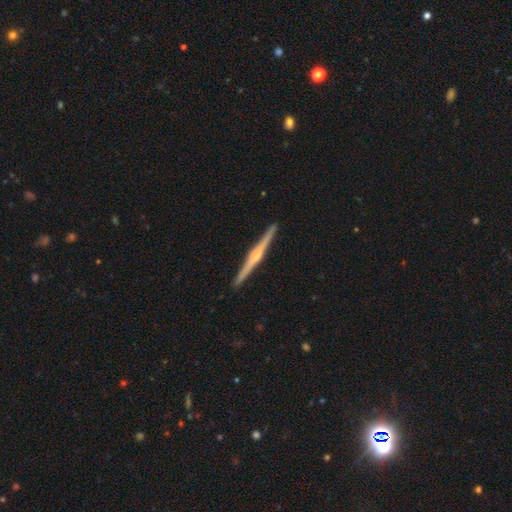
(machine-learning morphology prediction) This is clearly a featured or disk galaxy (82%). It is clearly viewed edge-on (99%). Edge-on bulge: likely rounded (79%). Merging: clearly none (93%).